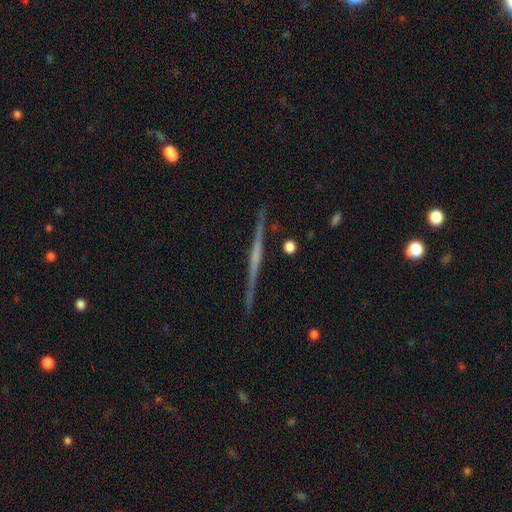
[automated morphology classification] This appears to be a featured or disk galaxy (75%) viewed edge-on (98%) with no central bulge (66%). Merging: none (91%).